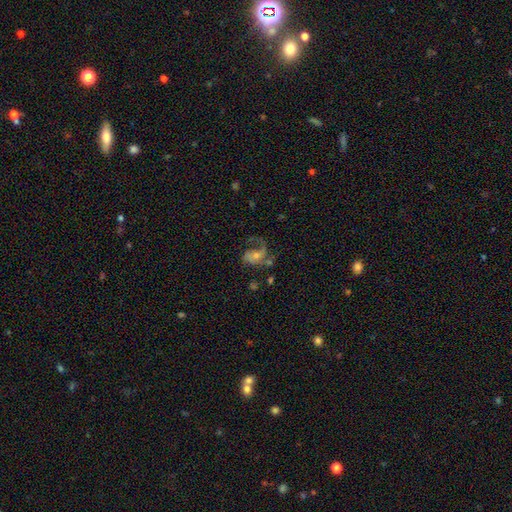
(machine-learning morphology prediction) A featured or disk galaxy (78%) with no bar (63%), 2 (52%) medium (44%) spiral arms (92%) and a small central bulge (50%).

Vote fractions:
- Smooth or featured? featured or disk: 78% / smooth: 12% / star or artifact: 9%
- Edge-on disk? no: 97% / yes: 3%
- Bar? no: 63% / weak: 29% / strong: 8%
- Spiral arms? yes: 92% / no: 8%
- Spiral winding? medium: 44% / loose: 39% / tight: 16%
- Spiral arm count? 2: 52% / 1: 35% / can't tell: 7% / 3: 3% / 4: 1% / more than 4: 1%
- Bulge size? small: 50% / moderate: 41% / none: 5% / large: 3% / dominant: 1%
- Merging? none: 48% / major disturbance: 29% / minor disturbance: 18% / merger: 5%